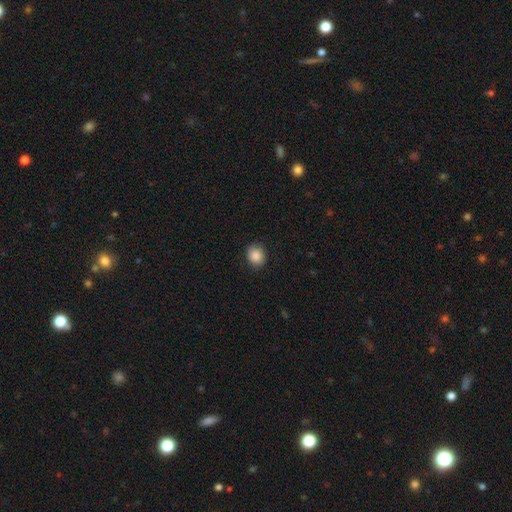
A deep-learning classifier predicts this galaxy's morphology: Smooth or featured? smooth (88%)
How rounded? round (64%)
Merging? none (85%)